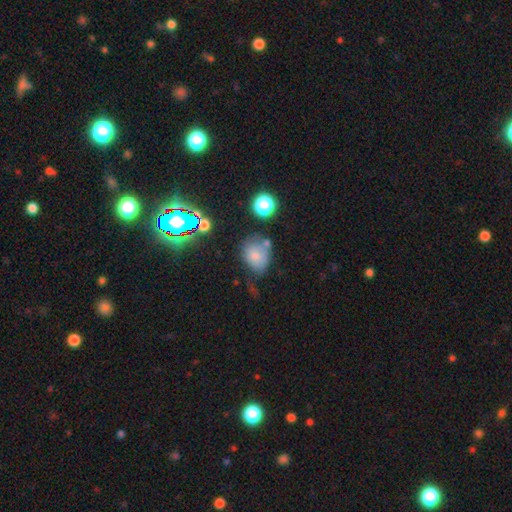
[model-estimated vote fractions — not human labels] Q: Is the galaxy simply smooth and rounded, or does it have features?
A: smooth — 69%.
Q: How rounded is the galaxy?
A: round — 55%.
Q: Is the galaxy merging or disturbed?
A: none — 41%.